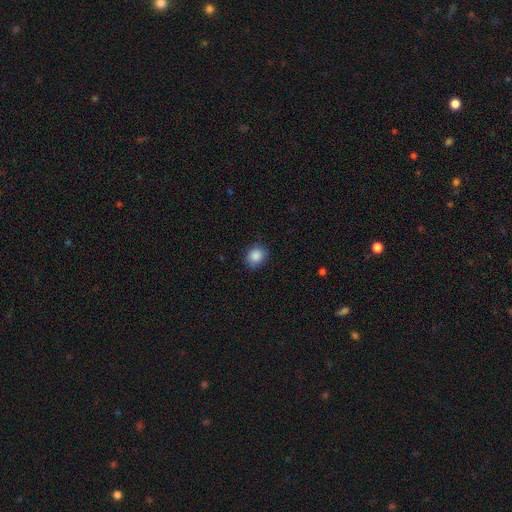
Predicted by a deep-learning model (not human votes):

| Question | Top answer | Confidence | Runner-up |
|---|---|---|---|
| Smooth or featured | smooth | 88% | star or artifact (9%) |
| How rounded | round | 66% | in between (34%) |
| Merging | none | 84% | minor disturbance (12%) |